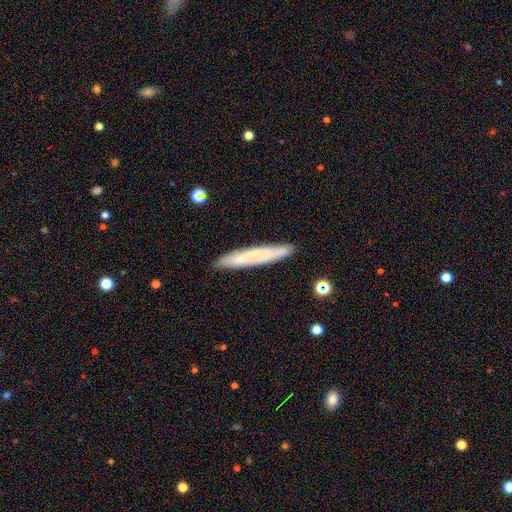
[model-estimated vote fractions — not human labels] This is possibly a smooth galaxy (56%). How rounded: clearly cigar-shaped (93%). Merging: clearly none (87%).